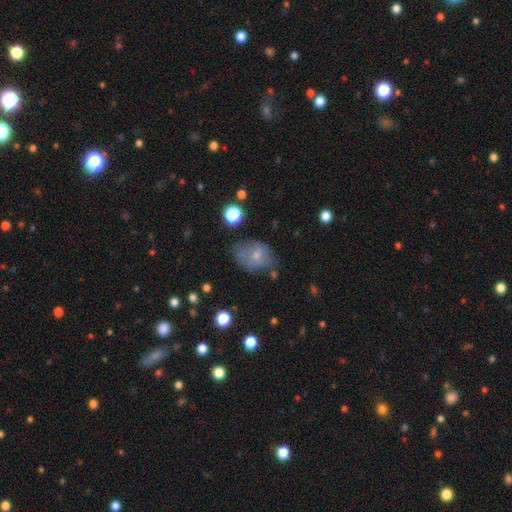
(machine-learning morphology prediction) A smooth galaxy with no disk features (63%) that is in between round and cigar-shaped (68%).

Vote fractions:
- Smooth or featured? smooth: 63% / featured or disk: 26% / star or artifact: 11%
- How rounded? in between: 68% / round: 31% / cigar-shaped: 1%
- Merging? none: 48% / minor disturbance: 30% / major disturbance: 16% / merger: 5%